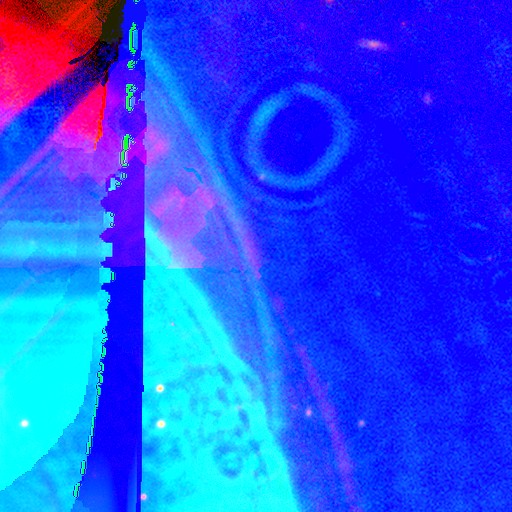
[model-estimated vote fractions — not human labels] This appears to be a star or artifact, not a galaxy (87%).